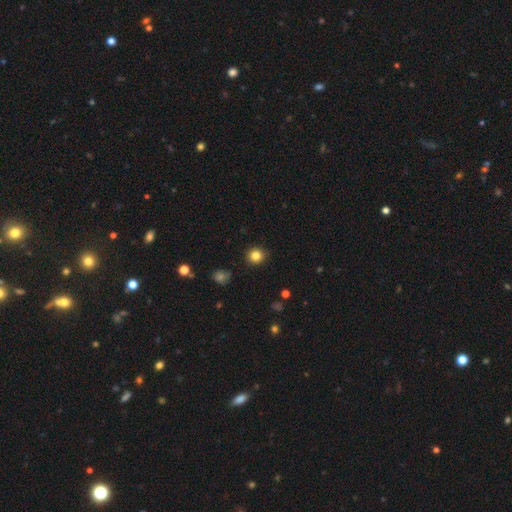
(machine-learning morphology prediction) A smooth galaxy with no disk features (84%) that is round (91%).

Vote fractions:
- Smooth or featured? smooth: 84% / star or artifact: 11% / featured or disk: 5%
- How rounded? round: 91% / in between: 8% / cigar-shaped: 1%
- Merging? none: 90% / minor disturbance: 7% / major disturbance: 2% / merger: 1%